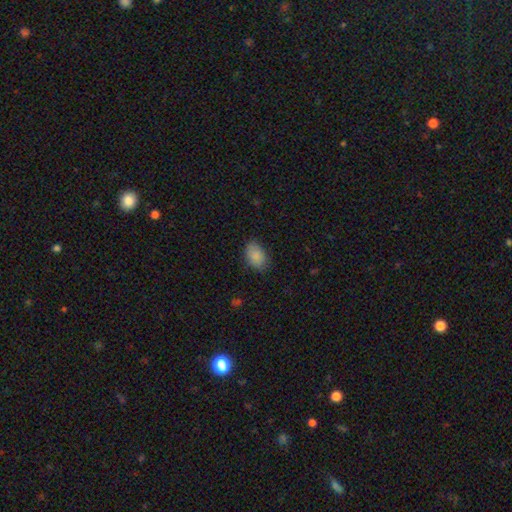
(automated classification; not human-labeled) Smooth or featured? Predicted: smooth (p=0.87). How rounded? Predicted: in between (p=0.85). Merging? Predicted: none (p=0.79).